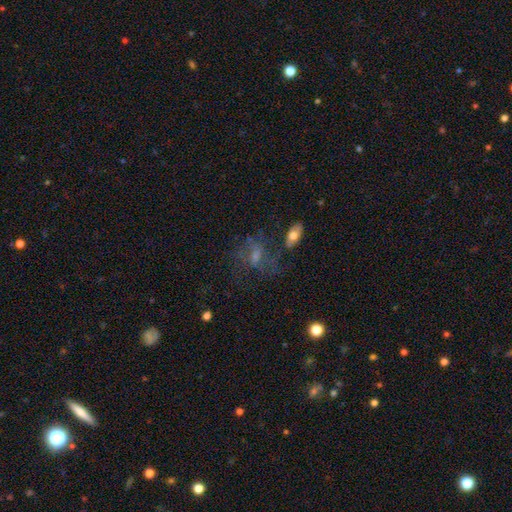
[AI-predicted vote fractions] Smooth or featured?
  - smooth: 43% *
  - featured or disk: 41%
  - star or artifact: 16%
Merging?
  - none: 42% *
  - major disturbance: 31%
  - minor disturbance: 19%
  - merger: 9%